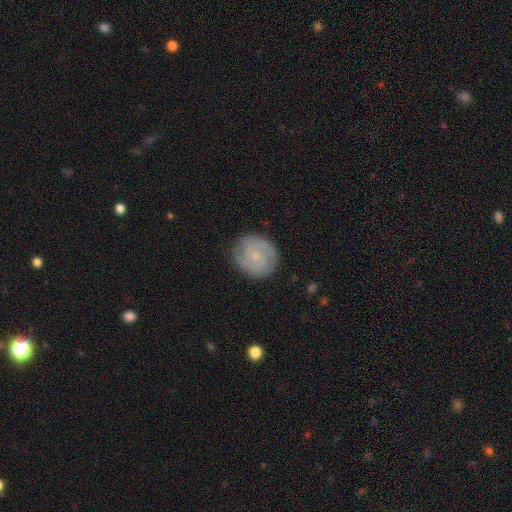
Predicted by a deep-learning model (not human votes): This is likely a featured or disk galaxy (67%). It is clearly not viewed edge-on (98%). Bar: likely no (69%). Spiral arm pattern: clearly yes (92%). Spiral arm count: possibly 2 (52%). Spiral winding: possibly tight (57%). Central bulge: likely small (73%). Merging: clearly none (83%).